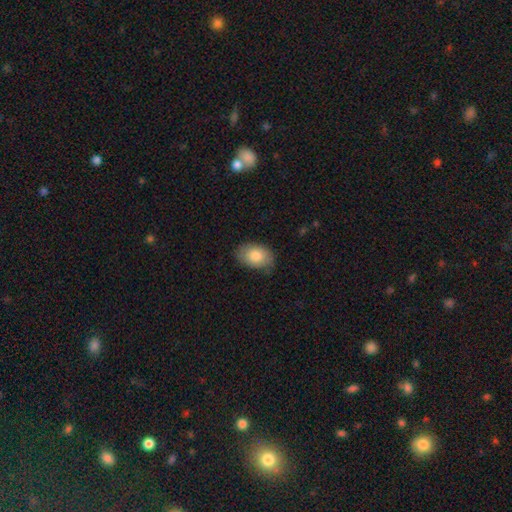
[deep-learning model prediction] smooth_or_featured: smooth (p=0.82) [alt: featured or disk p=0.12]
how_rounded: in between (p=0.86) [alt: round p=0.13]
merging: none (p=0.75) [alt: minor disturbance p=0.20]